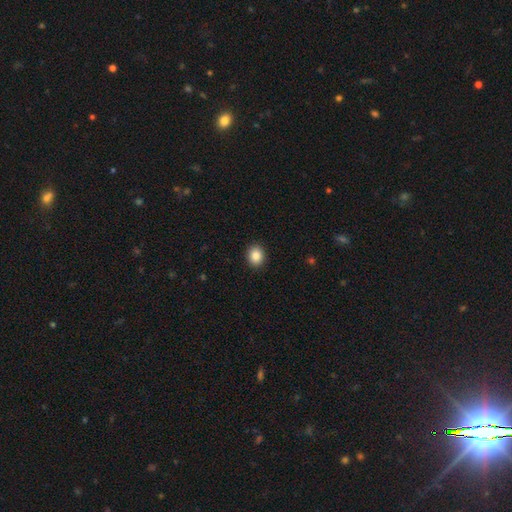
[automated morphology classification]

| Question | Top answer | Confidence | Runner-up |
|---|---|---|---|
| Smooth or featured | smooth | 86% | star or artifact (9%) |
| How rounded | round | 65% | in between (35%) |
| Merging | none | 91% | minor disturbance (6%) |